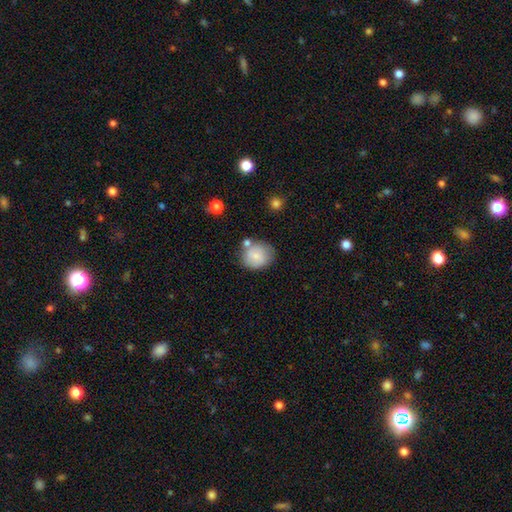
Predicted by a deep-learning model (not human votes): Smooth or featured? smooth (77%)
How rounded? round (72%)
Merging? none (61%)